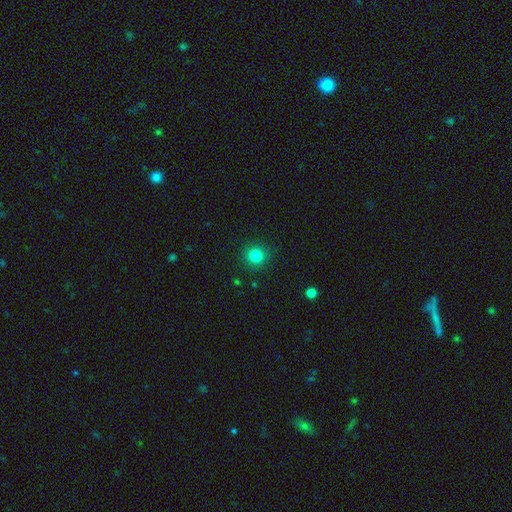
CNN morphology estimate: smooth_or_featured: smooth (p=0.82) [alt: star or artifact p=0.12]
how_rounded: round (p=0.91) [alt: in between p=0.08]
merging: none (p=0.90) [alt: minor disturbance p=0.06]